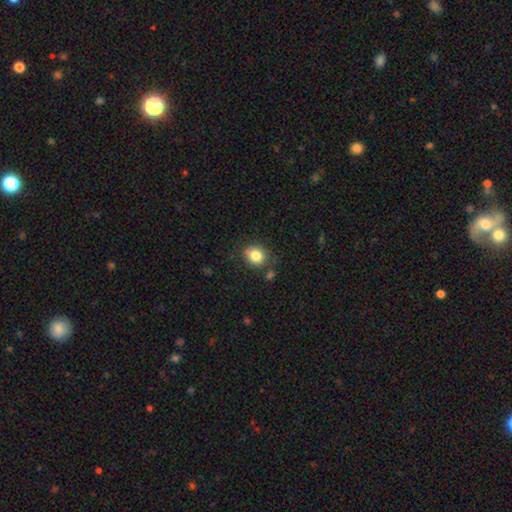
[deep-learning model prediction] smooth-or-featured: smooth: 83% | star or artifact: 10% | featured or disk: 7%
  how-rounded: round: 68% | in between: 31% | cigar-shaped: 1%
  merging: none: 77% | minor disturbance: 14% | merger: 5% | major disturbance: 4%